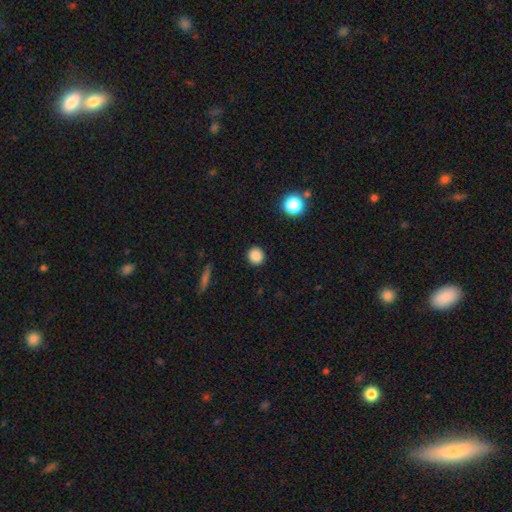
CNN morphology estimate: This appears to be a smooth galaxy with no disk features (86%) that is round (88%). Merging: none (91%).